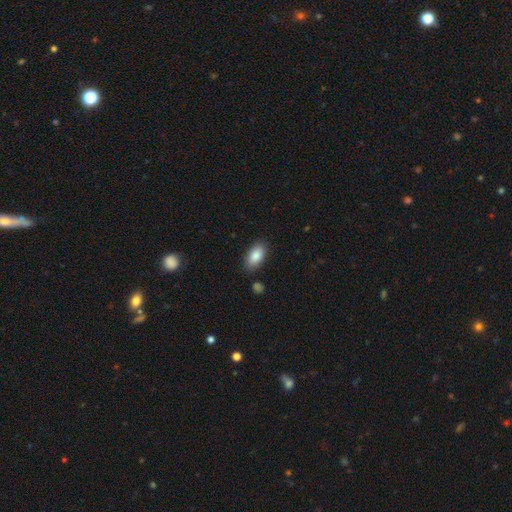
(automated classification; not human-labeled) Smooth or featured?
  - smooth: 87% *
  - star or artifact: 7%
  - featured or disk: 6%
How rounded?
  - in between: 93% *
  - round: 4%
  - cigar-shaped: 3%
Merging?
  - none: 84% *
  - minor disturbance: 11%
  - major disturbance: 3%
  - merger: 2%